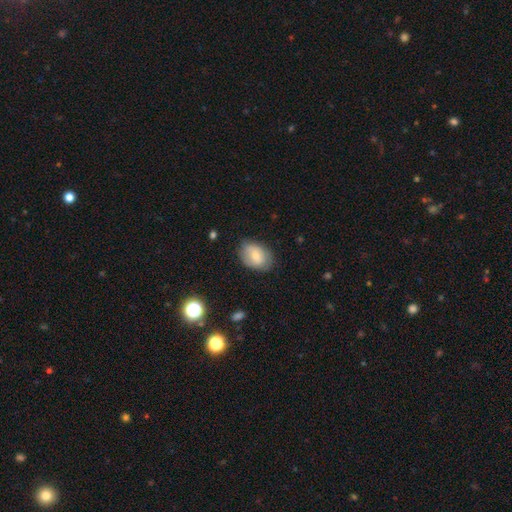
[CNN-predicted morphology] This appears to be a smooth galaxy with no disk features (76%) that is in between round and cigar-shaped (82%). Merging: none (76%).